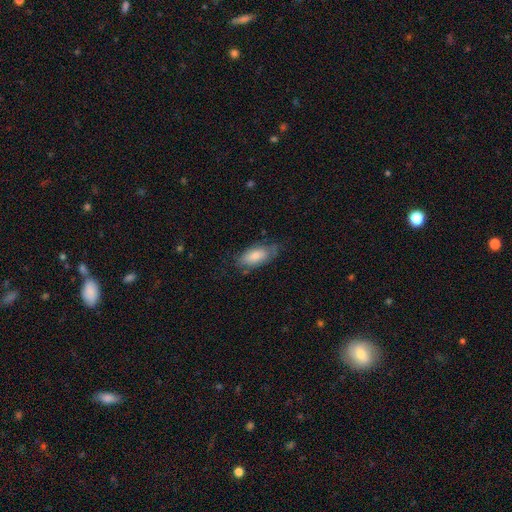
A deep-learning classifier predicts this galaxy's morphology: Smooth or featured? smooth (74%)
How rounded? in between (86%)
Merging? none (61%)